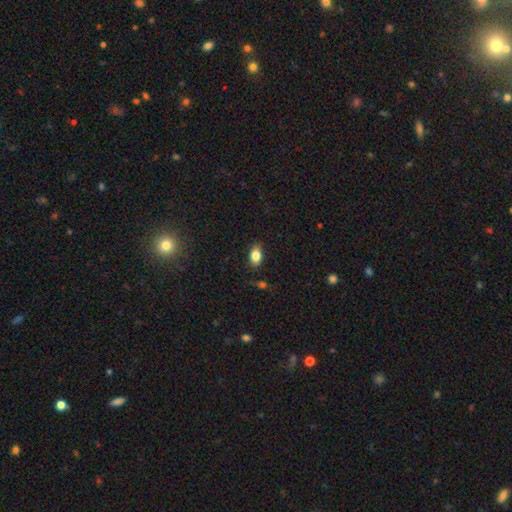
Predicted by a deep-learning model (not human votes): Smooth or featured? Predicted: smooth (p=0.83). How rounded? Predicted: in between (p=0.88). Merging? Predicted: none (p=0.85).